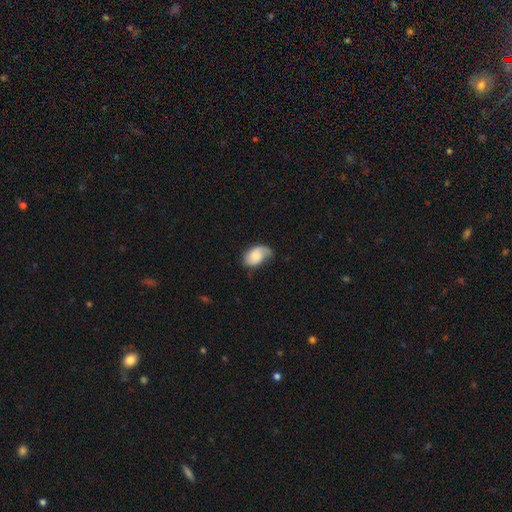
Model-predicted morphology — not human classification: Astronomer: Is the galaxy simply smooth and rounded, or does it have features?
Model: smooth — 58% (runner-up: featured or disk, 34%).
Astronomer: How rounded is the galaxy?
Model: in between — 87%.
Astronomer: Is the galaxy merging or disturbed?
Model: none — 48% (runner-up: minor disturbance, 36%).